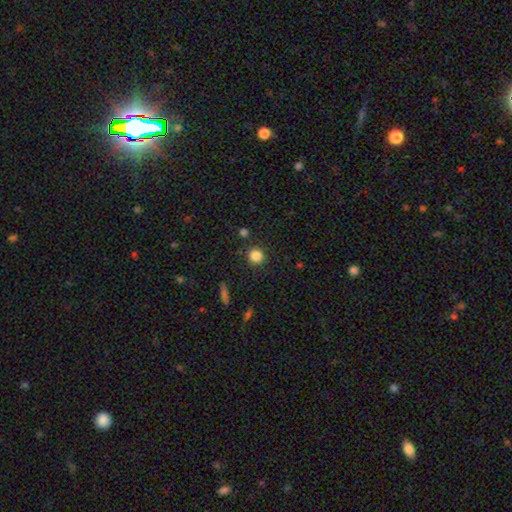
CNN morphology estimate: Smooth or featured? smooth (85%)
How rounded? round (91%)
Merging? none (88%)